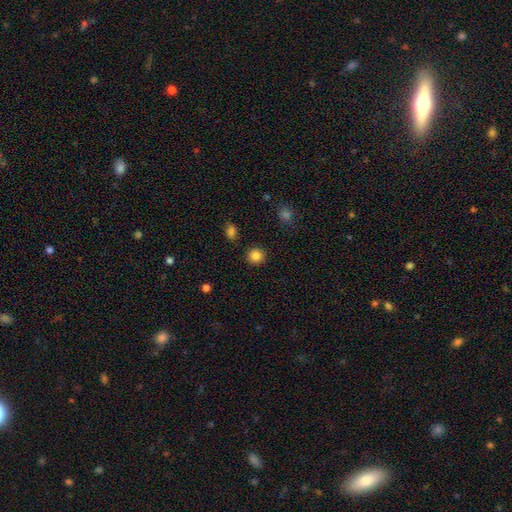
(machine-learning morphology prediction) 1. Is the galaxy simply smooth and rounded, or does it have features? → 85% smooth, 11% star or artifact, 4% featured or disk.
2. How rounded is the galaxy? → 92% round, 7% in between, 1% cigar-shaped.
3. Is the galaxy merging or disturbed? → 90% none, 6% minor disturbance, 2% major disturbance, 2% merger.